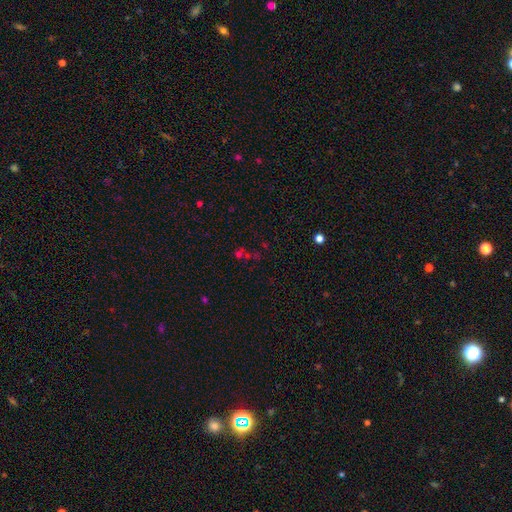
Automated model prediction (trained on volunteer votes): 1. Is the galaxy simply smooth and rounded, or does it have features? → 49% star or artifact, 38% smooth, 13% featured or disk.